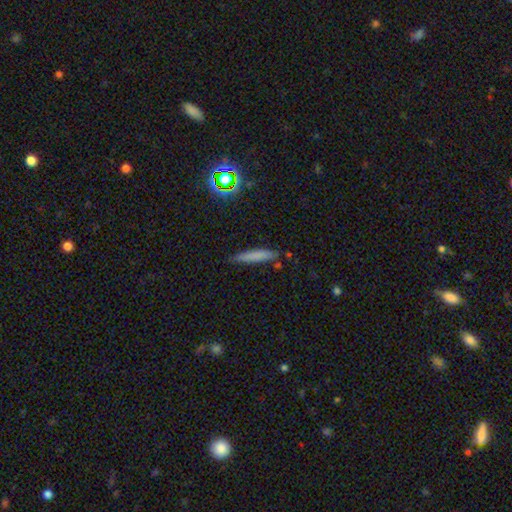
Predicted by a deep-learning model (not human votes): Smooth or featured? smooth (73%)
How rounded? cigar-shaped (91%)
Merging? none (81%)